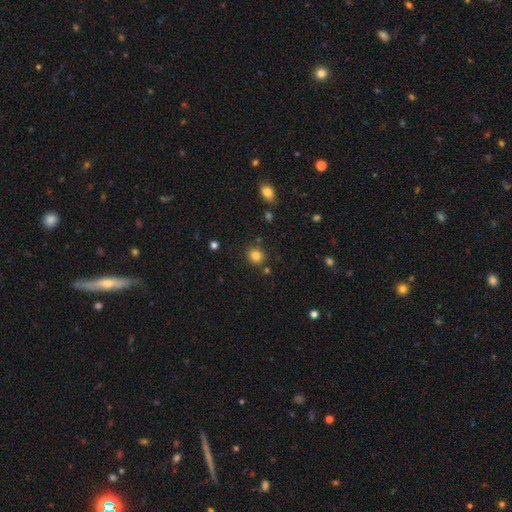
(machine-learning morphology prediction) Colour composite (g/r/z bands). It shows a smooth galaxy with no disk features (82%) that is round (80%). Merging: none (83%).